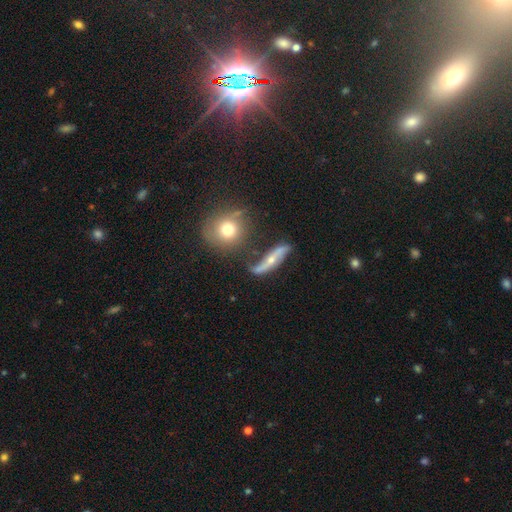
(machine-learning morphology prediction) smooth-or-featured: star or artifact: 41% | smooth: 38% | featured or disk: 21%